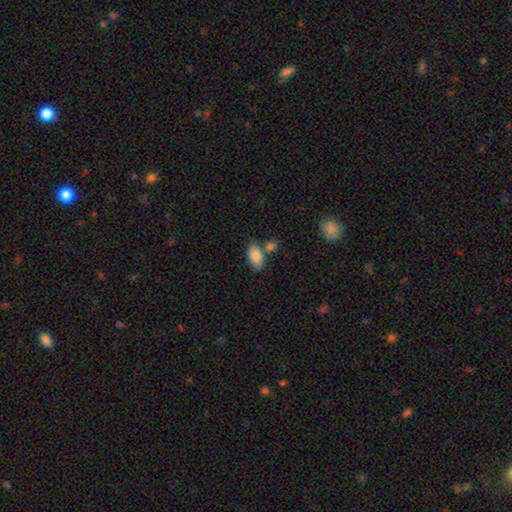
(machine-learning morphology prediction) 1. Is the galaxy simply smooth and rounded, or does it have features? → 86% smooth, 7% star or artifact, 7% featured or disk.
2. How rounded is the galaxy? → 92% in between, 4% round, 4% cigar-shaped.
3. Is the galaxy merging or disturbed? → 58% none, 24% merger, 14% minor disturbance, 4% major disturbance.